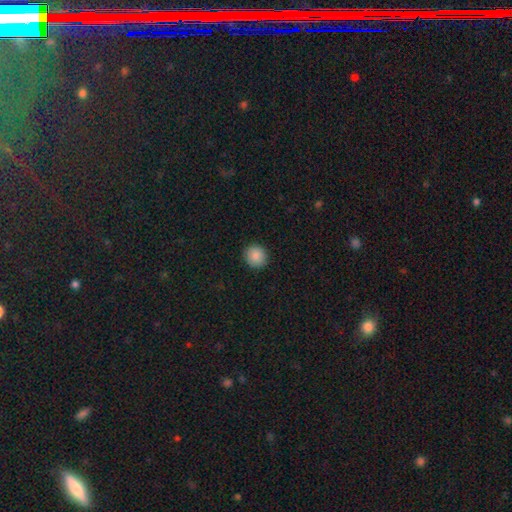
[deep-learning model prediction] smooth_or_featured: smooth (p=0.86) [alt: star or artifact p=0.09]
how_rounded: round (p=0.92) [alt: in between p=0.07]
merging: none (p=0.91) [alt: minor disturbance p=0.06]